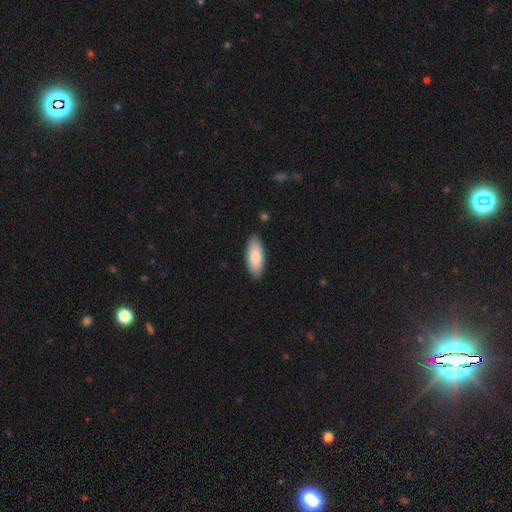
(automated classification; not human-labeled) This is clearly a smooth galaxy (83%). How rounded: clearly in between (81%). Merging: clearly none (88%).